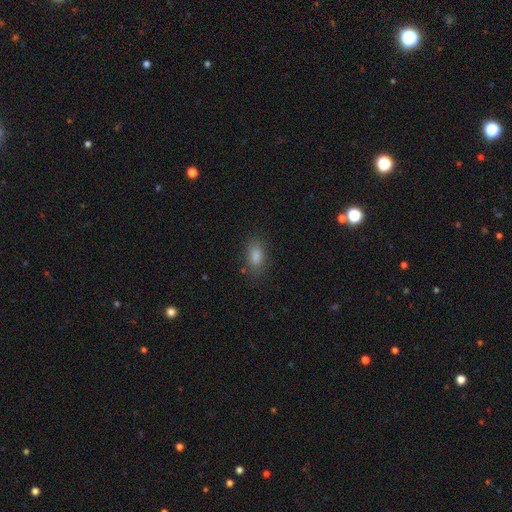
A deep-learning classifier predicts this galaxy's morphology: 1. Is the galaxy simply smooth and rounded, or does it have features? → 81% smooth, 12% star or artifact, 6% featured or disk.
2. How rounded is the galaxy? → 86% in between, 8% round, 6% cigar-shaped.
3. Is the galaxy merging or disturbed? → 84% none, 11% minor disturbance, 3% major disturbance, 2% merger.